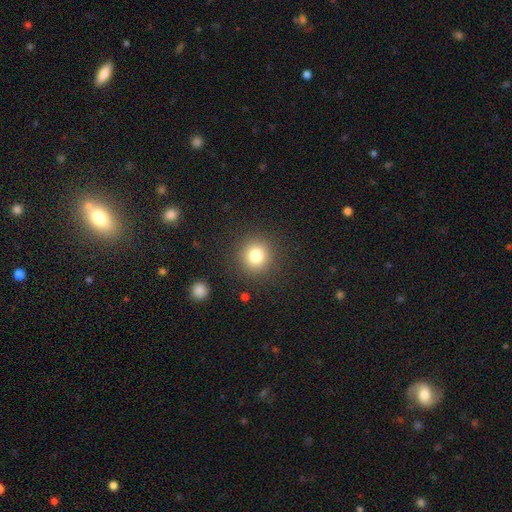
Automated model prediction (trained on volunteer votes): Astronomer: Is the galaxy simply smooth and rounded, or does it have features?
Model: smooth — 80%.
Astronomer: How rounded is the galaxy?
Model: round — 92%.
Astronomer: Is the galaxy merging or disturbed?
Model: none — 89%.